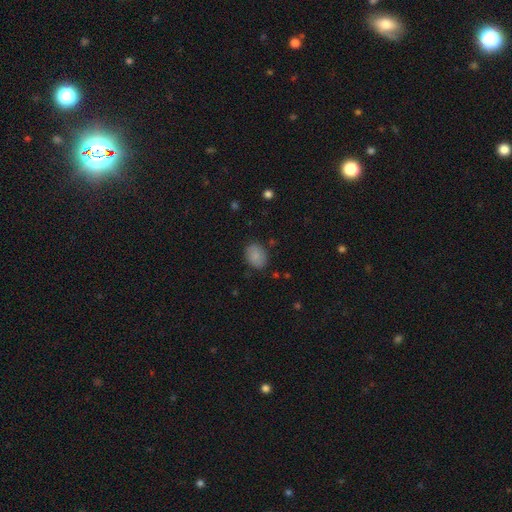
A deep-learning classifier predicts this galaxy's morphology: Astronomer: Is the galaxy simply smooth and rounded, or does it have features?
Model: smooth — 85%.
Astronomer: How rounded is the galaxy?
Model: in between — 65%.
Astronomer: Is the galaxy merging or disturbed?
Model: none — 83%.